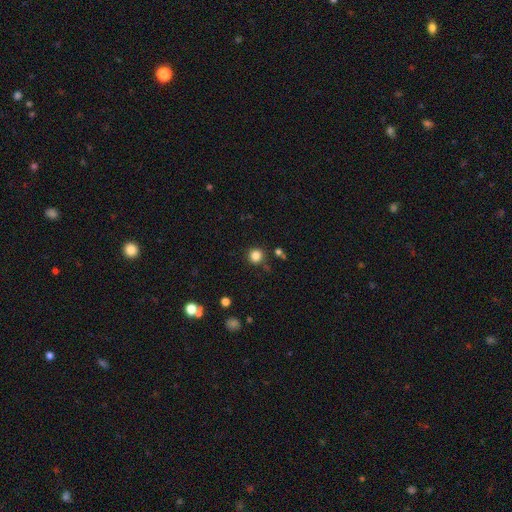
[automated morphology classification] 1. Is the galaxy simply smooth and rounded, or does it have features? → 83% smooth, 13% star or artifact, 4% featured or disk.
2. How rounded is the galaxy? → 92% round, 7% in between, 1% cigar-shaped.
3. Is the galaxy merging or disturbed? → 86% none, 8% minor disturbance, 4% merger, 3% major disturbance.